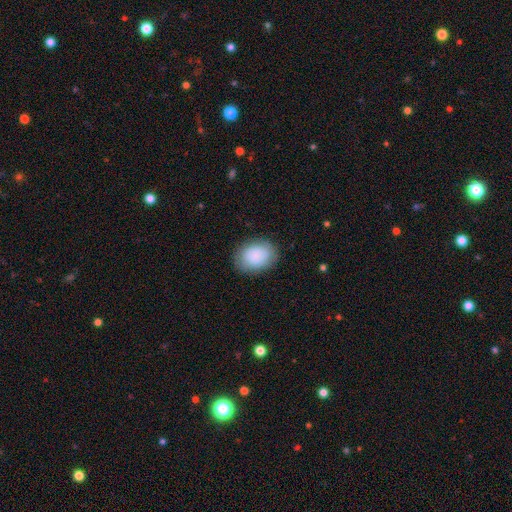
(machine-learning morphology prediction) This appears to be a smooth galaxy with no disk features (87%) that is in between round and cigar-shaped (67%). Merging: none (82%).